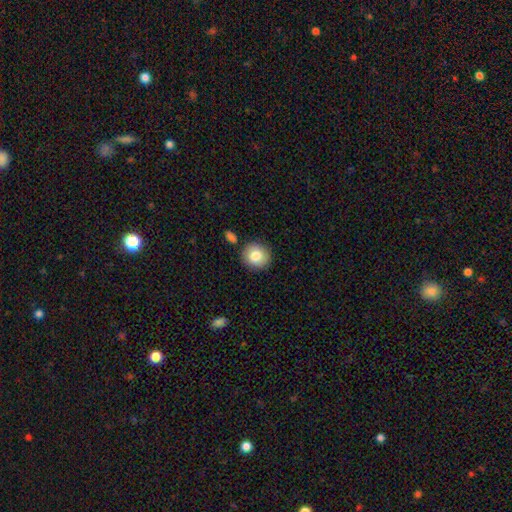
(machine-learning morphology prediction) Smooth or featured?
  - smooth: 82% *
  - featured or disk: 10%
  - star or artifact: 8%
How rounded?
  - round: 84% *
  - in between: 15%
  - cigar-shaped: 1%
Merging?
  - none: 84% *
  - minor disturbance: 10%
  - merger: 4%
  - major disturbance: 2%